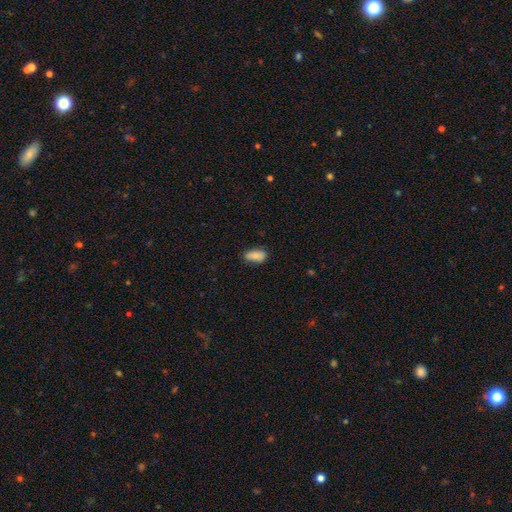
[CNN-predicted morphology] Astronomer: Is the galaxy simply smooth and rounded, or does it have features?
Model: smooth — 81%.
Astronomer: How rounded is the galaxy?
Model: in between — 91%.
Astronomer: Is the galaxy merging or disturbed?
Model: none — 78%.